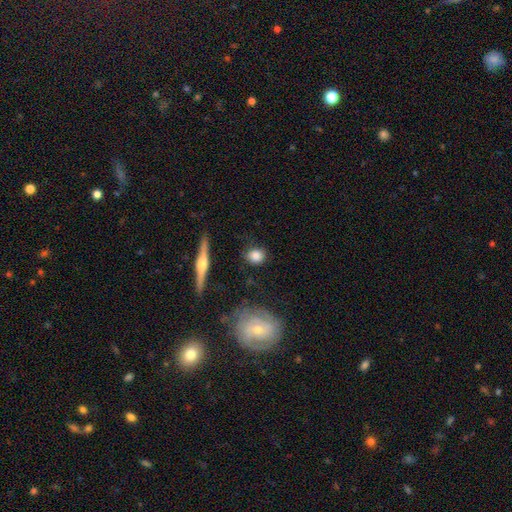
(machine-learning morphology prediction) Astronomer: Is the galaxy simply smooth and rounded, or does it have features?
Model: smooth — 79%.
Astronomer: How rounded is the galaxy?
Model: round — 73%.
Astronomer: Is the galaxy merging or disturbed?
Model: none — 79%.